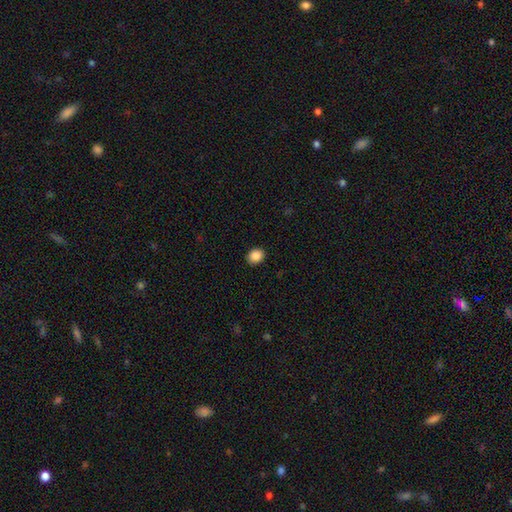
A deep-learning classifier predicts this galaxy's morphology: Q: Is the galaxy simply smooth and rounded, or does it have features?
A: smooth — 87%.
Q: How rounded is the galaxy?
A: round — 57%.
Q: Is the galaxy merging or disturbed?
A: none — 90%.